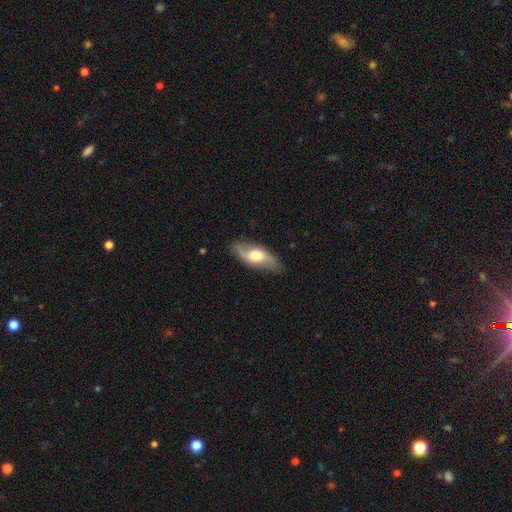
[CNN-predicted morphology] This is likely a featured or disk galaxy (60%). It is clearly not viewed edge-on (85%). Bar: possibly no (55%). Spiral arm pattern: clearly yes (82%). Central bulge: likely moderate (61%). Merging: clearly none (80%).